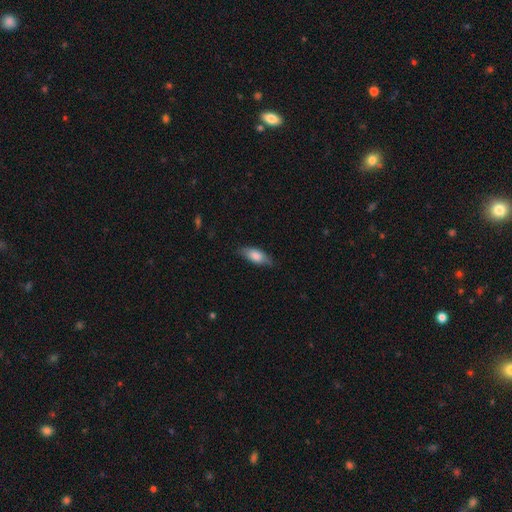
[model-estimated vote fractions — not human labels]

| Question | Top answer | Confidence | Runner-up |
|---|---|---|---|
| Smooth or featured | smooth | 76% | featured or disk (18%) |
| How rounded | in between | 76% | cigar-shaped (21%) |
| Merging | none | 77% | minor disturbance (18%) |